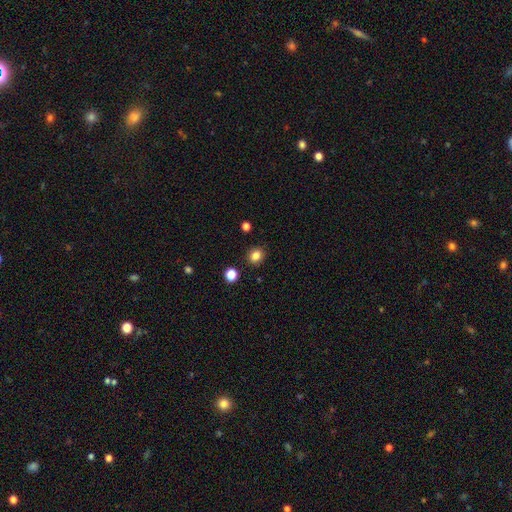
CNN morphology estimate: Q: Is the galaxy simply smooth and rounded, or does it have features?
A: smooth — 83%.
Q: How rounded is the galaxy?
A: round — 79%.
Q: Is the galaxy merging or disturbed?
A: none — 89%.